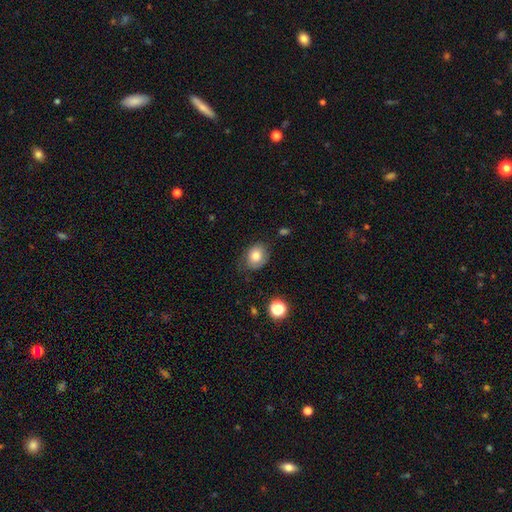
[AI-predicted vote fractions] Overall: smooth (77%). How rounded: in between (53%; round 47%). Merging: none (67%).